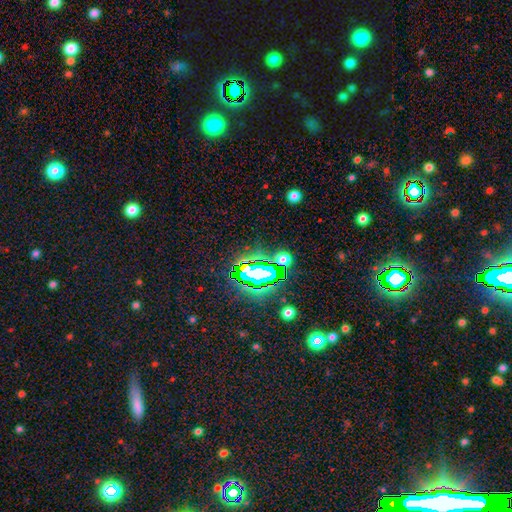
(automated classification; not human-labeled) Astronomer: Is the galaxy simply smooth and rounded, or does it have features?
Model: star or artifact — 76%.